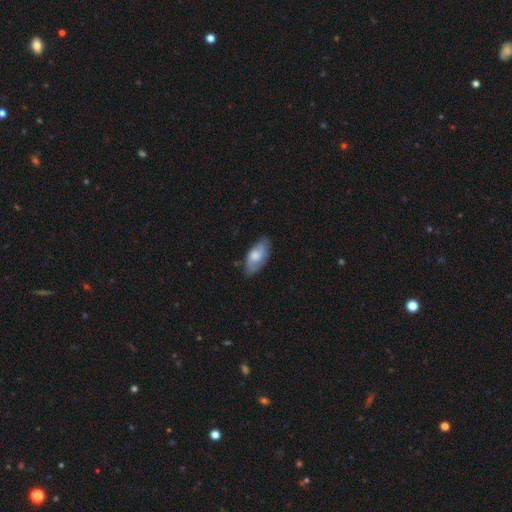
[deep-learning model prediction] Overall: featured or disk (49%; smooth 45%). Merging: none (75%).